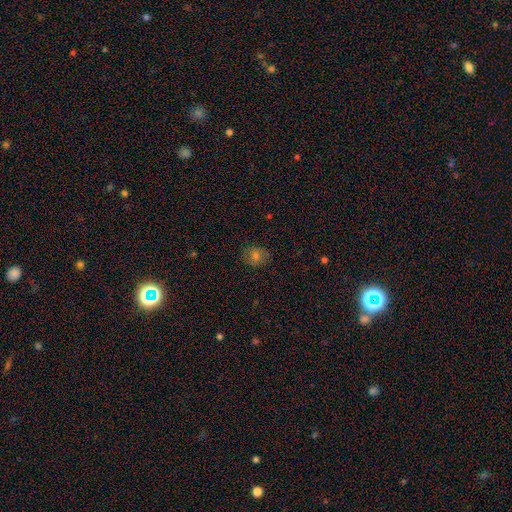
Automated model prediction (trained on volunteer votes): Overall: smooth (71%). How rounded: round (73%). Merging: none (84%).